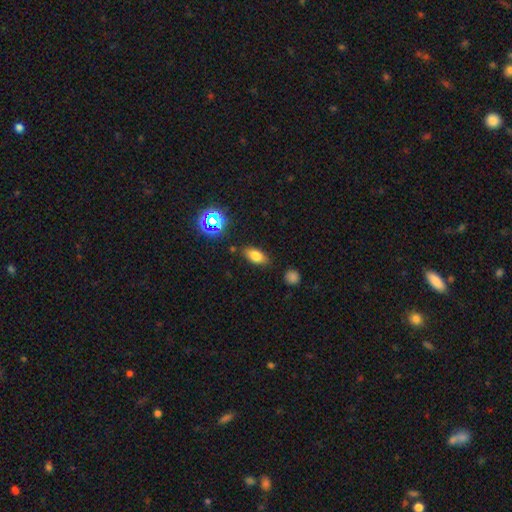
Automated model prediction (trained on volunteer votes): smooth 74%, star or artifact 14%, featured or disk 12%. Down the decision tree: how rounded — in between (84%); merging — none (82%).